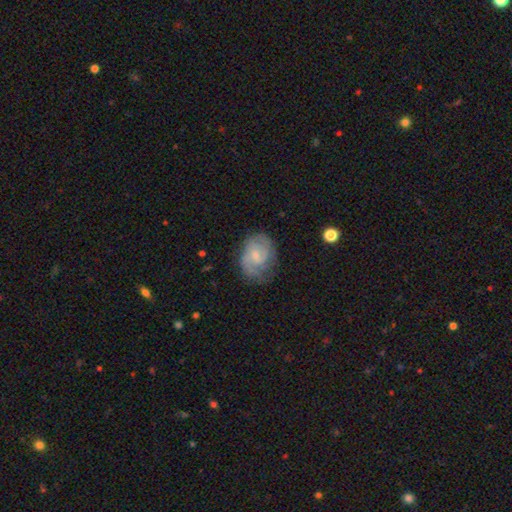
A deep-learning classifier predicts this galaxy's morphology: This is likely a featured or disk galaxy (72%). It is clearly not viewed edge-on (98%). Bar: possibly no (50%). Spiral arm pattern: clearly yes (93%). Spiral arm count: possibly 2 (56%). Spiral winding: possibly tight (45%). Central bulge: possibly small (60%). Merging: likely none (66%).